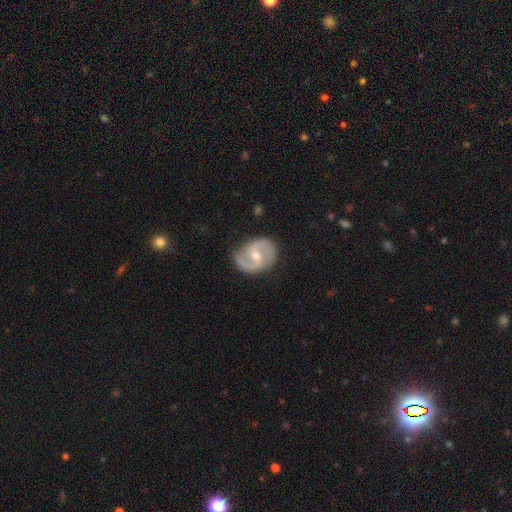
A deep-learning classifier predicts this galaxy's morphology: type=featured or disk (84%); edge-on=no (97%); bar=weak (44%); spiral arms=yes (94%); winding=medium (50%); arm count=2 (89%); bulge=moderate (56%); merging=none (78%).